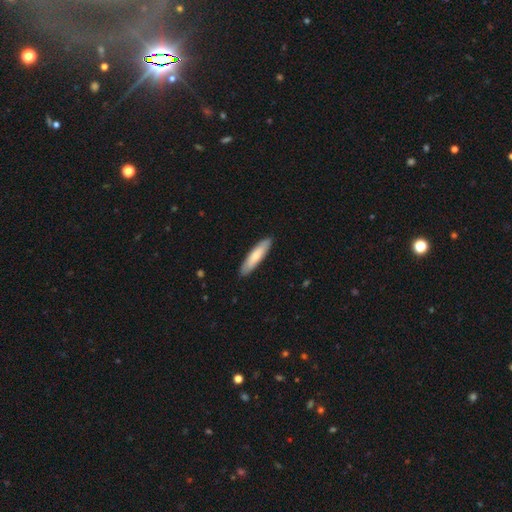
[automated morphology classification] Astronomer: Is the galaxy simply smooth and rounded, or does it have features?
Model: smooth — 75%.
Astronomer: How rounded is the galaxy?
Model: cigar-shaped — 78%.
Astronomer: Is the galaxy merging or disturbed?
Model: none — 90%.